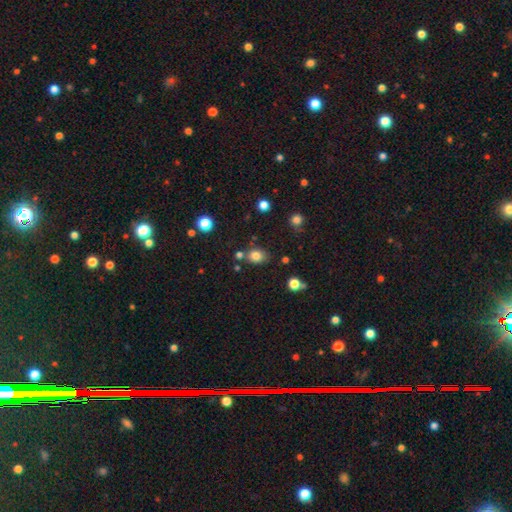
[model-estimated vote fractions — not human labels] The model was most divided on "how rounded": in between: 56%, round: 43%, cigar-shaped: 1%. More confident: smooth or featured — smooth (81%); merging — none (71%).